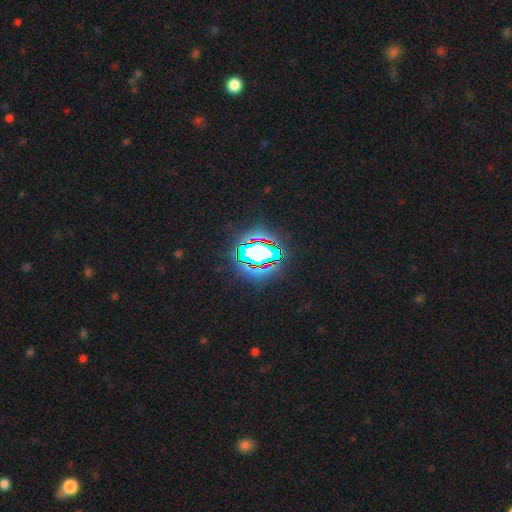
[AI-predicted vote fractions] The model was most divided on "smooth or featured": star or artifact: 82%, smooth: 11%, featured or disk: 7%.